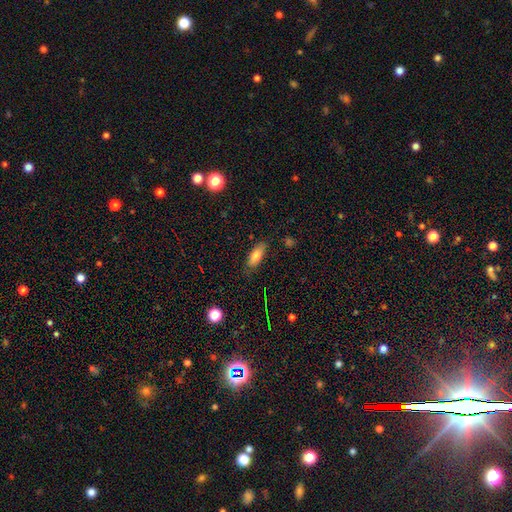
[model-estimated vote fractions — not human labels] smooth-or-featured: smooth: 77% | featured or disk: 14% | star or artifact: 9%
  how-rounded: in between: 71% | cigar-shaped: 26% | round: 3%
  merging: none: 81% | minor disturbance: 15% | major disturbance: 3% | merger: 2%